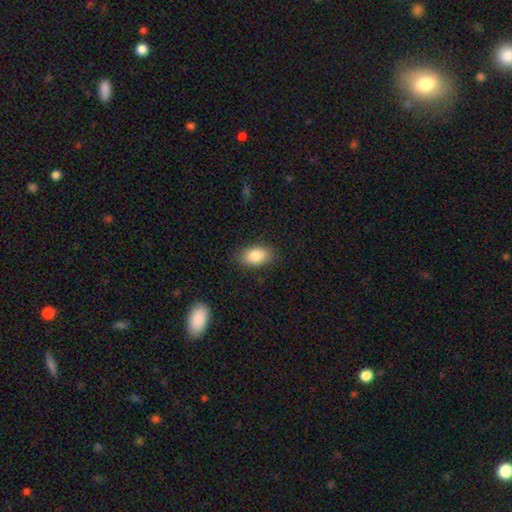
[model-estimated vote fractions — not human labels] This appears to be a smooth galaxy with no disk features (85%) that is in between round and cigar-shaped (91%). Merging: none (85%).